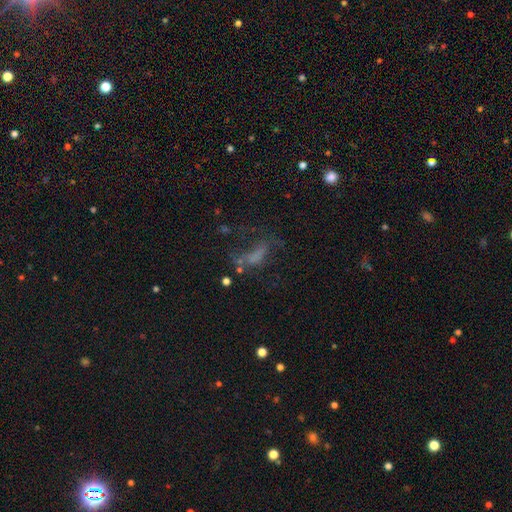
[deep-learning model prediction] Smooth or featured? Predicted: smooth (p=0.38). Merging? Predicted: major disturbance (p=0.41).